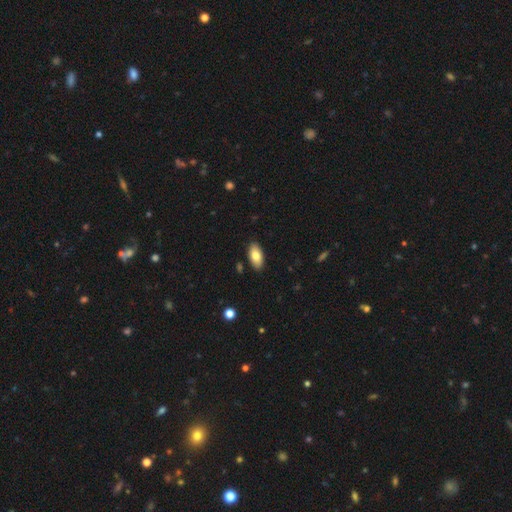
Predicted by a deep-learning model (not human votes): A smooth galaxy with no disk features (79%) that is in between round and cigar-shaped (92%). Merging: none (88%).